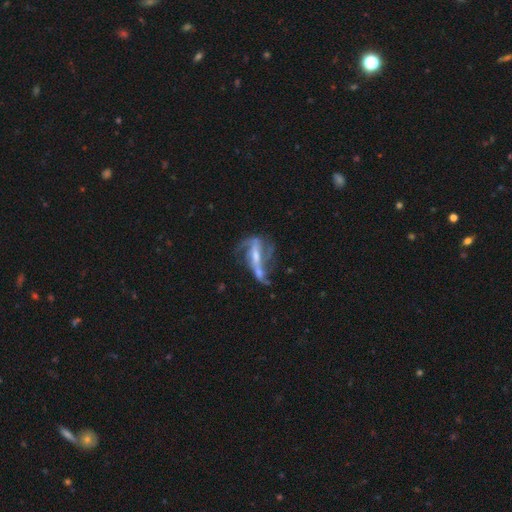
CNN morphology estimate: This is likely a featured or disk galaxy (76%). It is clearly not viewed edge-on (83%). Bar: possibly strong (51%). Spiral arm pattern: likely yes (77%). Central bulge: marginally small (39%, tied with moderate). Merging: marginally none (34%, tied with major disturbance).